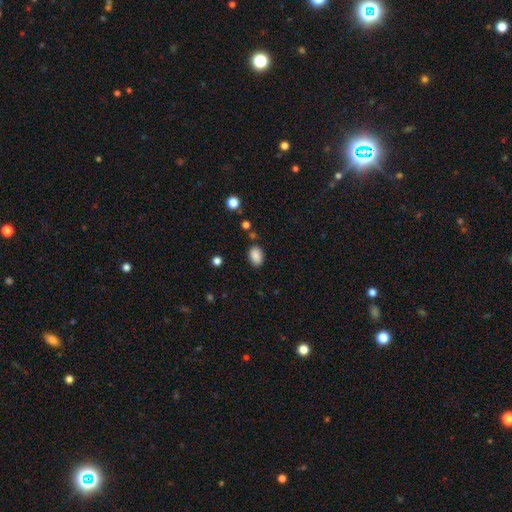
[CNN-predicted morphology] Smooth or featured? smooth (87%)
How rounded? in between (83%)
Merging? none (81%)